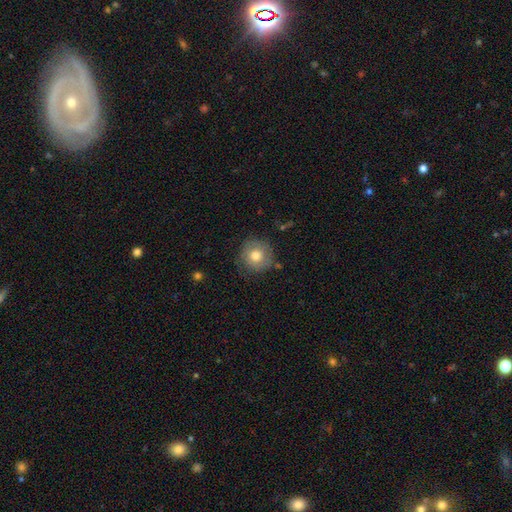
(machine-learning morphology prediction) Smooth or featured?
  - smooth: 75% *
  - featured or disk: 17%
  - star or artifact: 8%
How rounded?
  - round: 93% *
  - in between: 6%
  - cigar-shaped: 1%
Merging?
  - none: 77% *
  - minor disturbance: 17%
  - major disturbance: 5%
  - merger: 2%